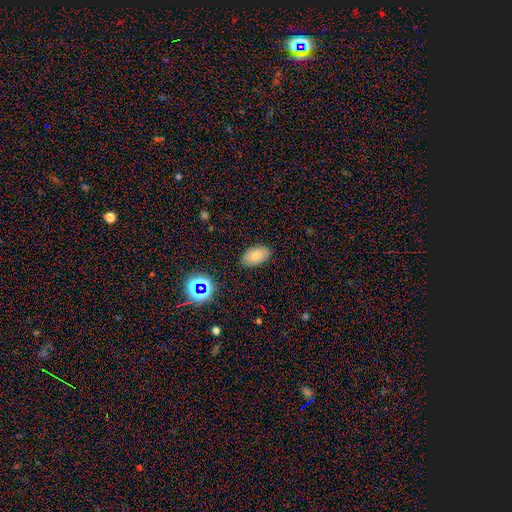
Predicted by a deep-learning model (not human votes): smooth 76%, featured or disk 12%, star or artifact 12%. Down the decision tree: how rounded — in between (92%); merging — none (85%).